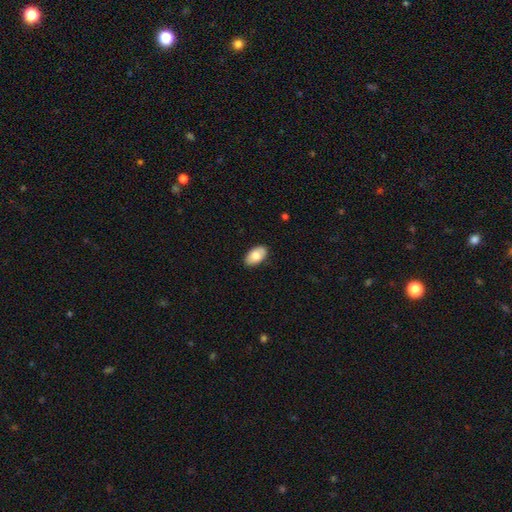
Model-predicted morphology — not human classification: Smooth or featured? Predicted: smooth (p=0.78). How rounded? Predicted: in between (p=0.95). Merging? Predicted: none (p=0.88).